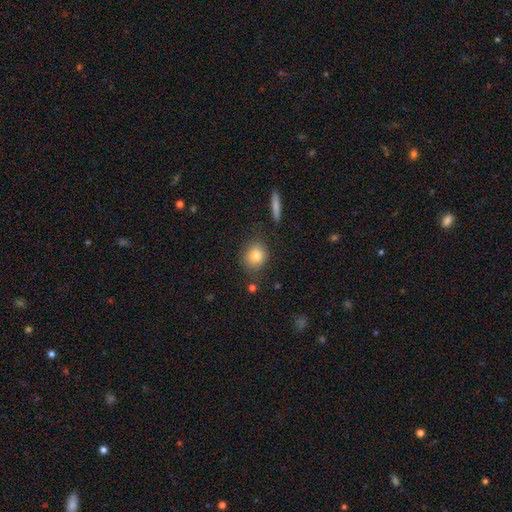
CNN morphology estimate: This is likely a smooth galaxy (80%). How rounded: likely round (78%). Merging: clearly none (82%).